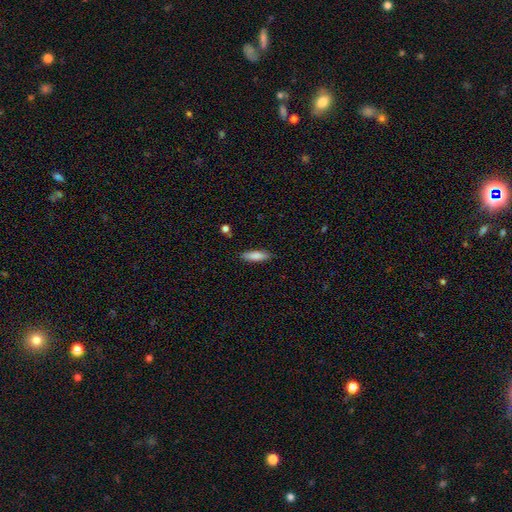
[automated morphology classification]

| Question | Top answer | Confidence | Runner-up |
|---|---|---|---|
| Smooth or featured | smooth | 83% | featured or disk (10%) |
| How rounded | cigar-shaped | 57% | in between (41%) |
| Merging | none | 86% | minor disturbance (10%) |